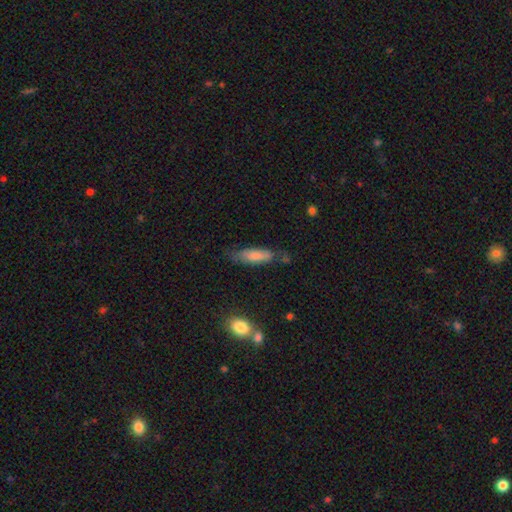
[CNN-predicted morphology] This is likely a smooth galaxy (73%). How rounded: possibly in between (52%). Merging: likely none (61%).